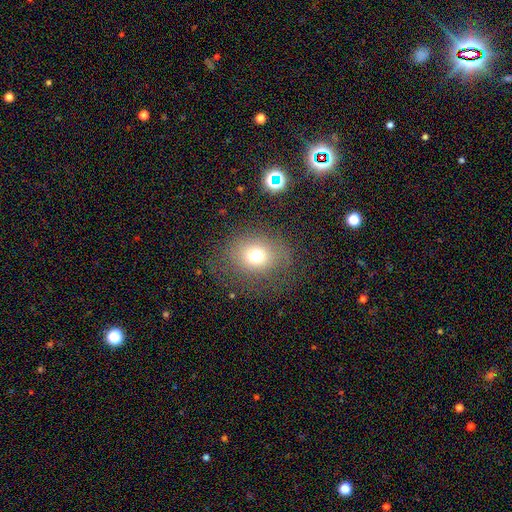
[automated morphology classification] Smooth or featured? Predicted: smooth (p=0.70). How rounded? Predicted: round (p=0.66). Merging? Predicted: none (p=0.71).